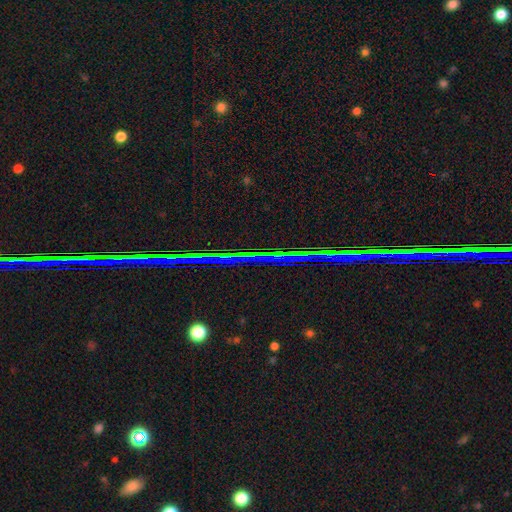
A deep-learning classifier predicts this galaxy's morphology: This is clearly a star or artifact rather than a galaxy (82%).